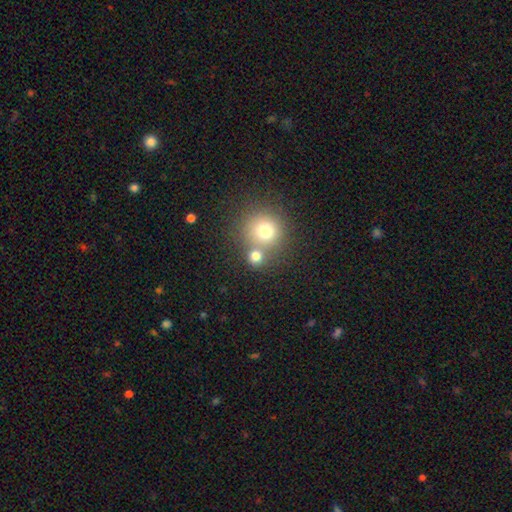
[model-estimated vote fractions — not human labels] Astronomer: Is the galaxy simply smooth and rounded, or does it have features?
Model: smooth — 75%.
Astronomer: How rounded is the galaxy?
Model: round — 88%.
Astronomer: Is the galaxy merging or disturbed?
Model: none — 58%.